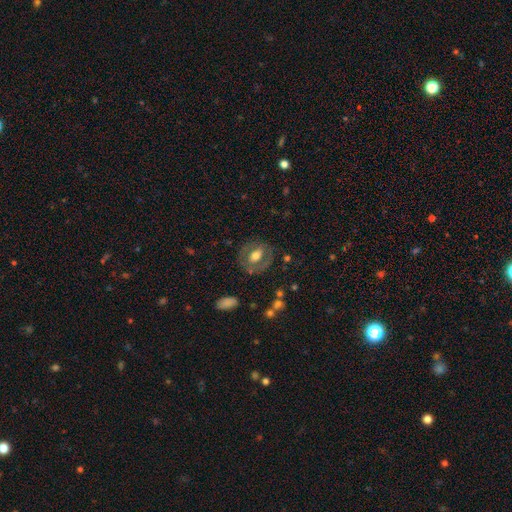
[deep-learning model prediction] Morphology: type=featured or disk (49%); merging=none (75%).